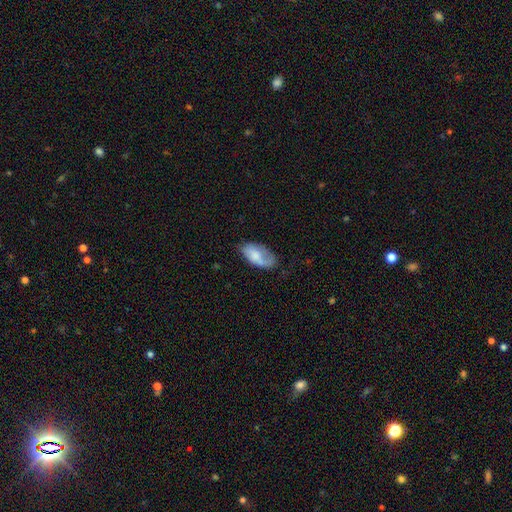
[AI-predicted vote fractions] This appears to be a smooth galaxy with no disk features (64%) that is in between round and cigar-shaped (94%). Merging: none (47%).